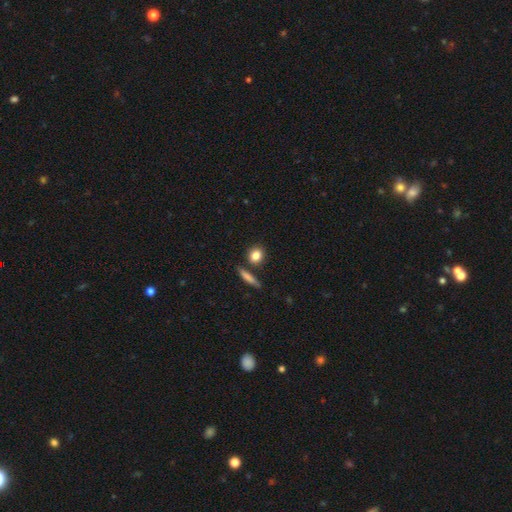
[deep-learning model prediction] Overall: smooth (84%). How rounded: round (66%; in between 28%). Merging: none (78%).